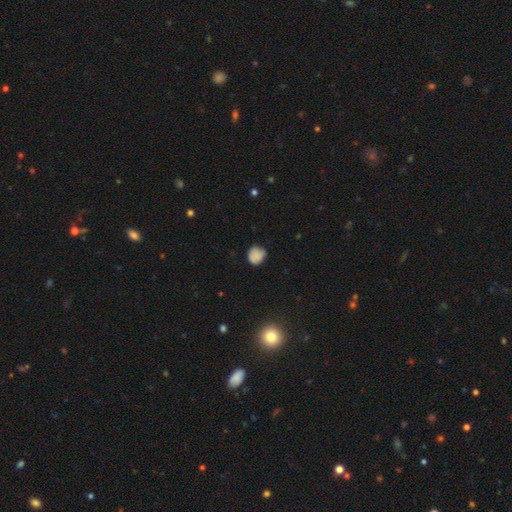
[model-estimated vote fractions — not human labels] Q: Smooth or featured?
A: smooth (83%); runner-up: star or artifact (10%)
Q: How rounded?
A: round (80%); runner-up: in between (19%)
Q: Merging?
A: none (70%); runner-up: minor disturbance (24%)